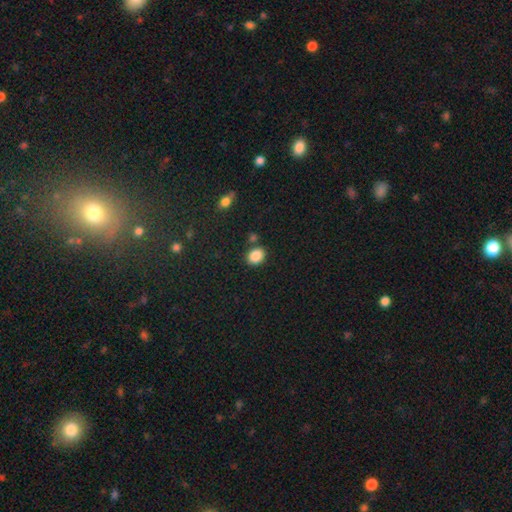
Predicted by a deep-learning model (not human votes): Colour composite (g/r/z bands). It shows a smooth galaxy with no disk features (87%) that is in between round and cigar-shaped (53%). Merging: none (78%).